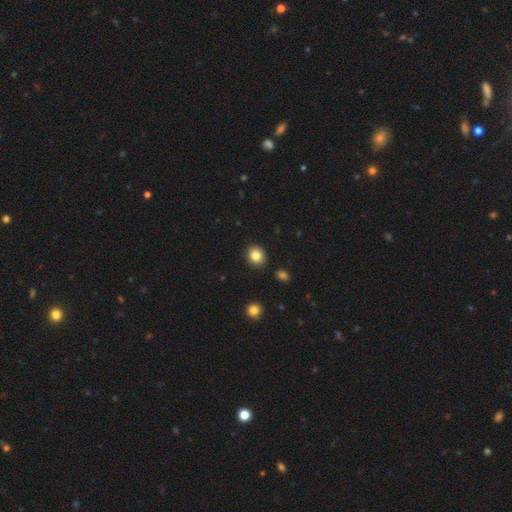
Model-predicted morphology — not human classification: A smooth galaxy with no disk features (84%) that is round (77%). Merging: none (90%).